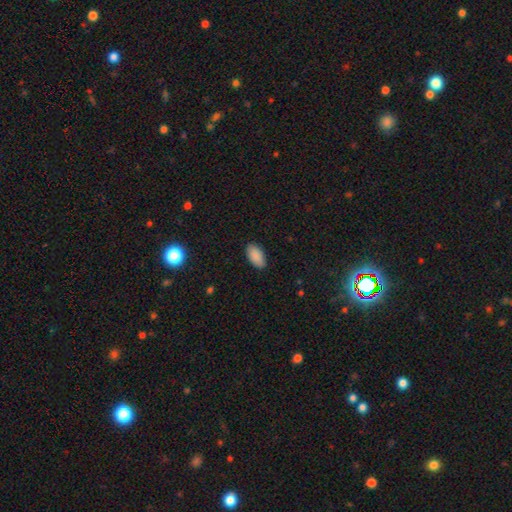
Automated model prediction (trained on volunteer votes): This is clearly a smooth galaxy (90%). How rounded: clearly in between (95%). Merging: clearly none (87%).